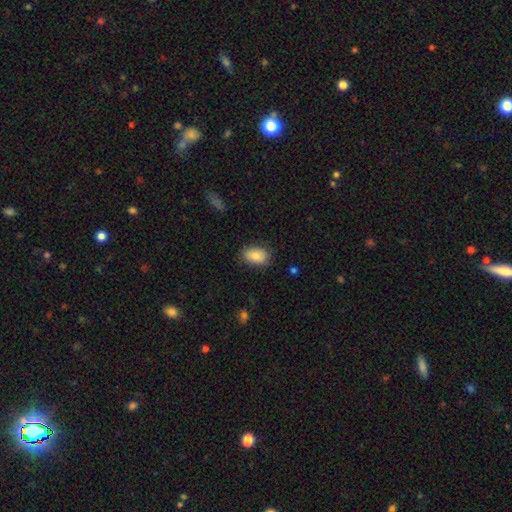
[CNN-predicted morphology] A smooth galaxy with no disk features (82%) that is in between round and cigar-shaped (85%).

Vote fractions:
- Smooth or featured? smooth: 82% / featured or disk: 10% / star or artifact: 7%
- How rounded? in between: 85% / round: 14% / cigar-shaped: 1%
- Merging? none: 79% / minor disturbance: 16% / major disturbance: 3% / merger: 1%